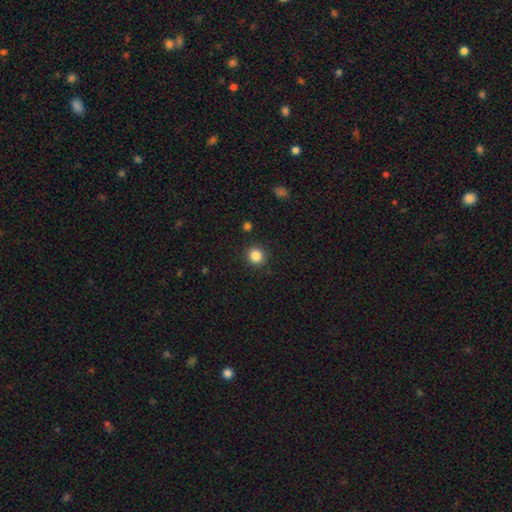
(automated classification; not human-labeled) smooth_or_featured: smooth (p=0.85) [alt: star or artifact p=0.11]
how_rounded: round (p=0.92) [alt: in between p=0.07]
merging: none (p=0.90) [alt: minor disturbance p=0.06]